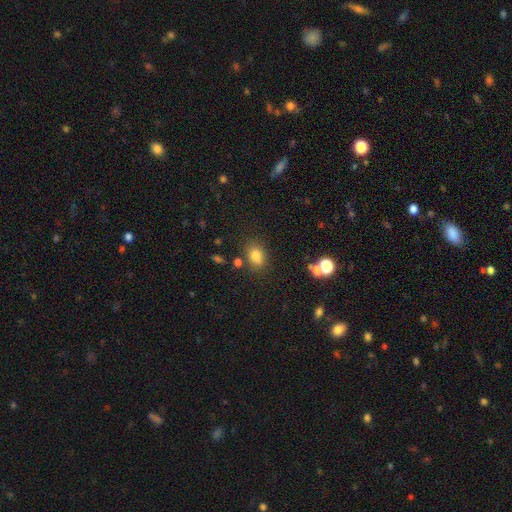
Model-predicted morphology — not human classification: This is likely a smooth galaxy (79%). How rounded: likely in between (66%). Merging: likely none (74%).